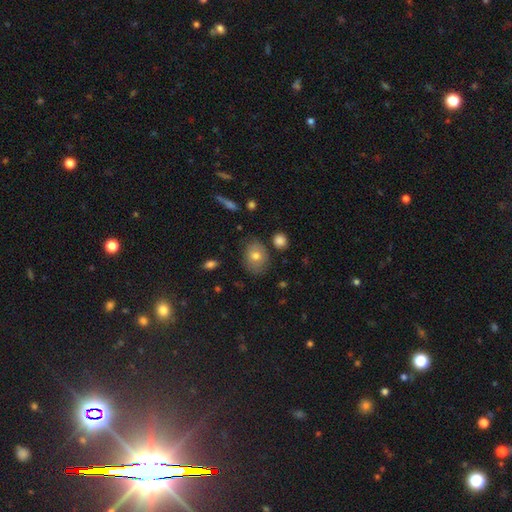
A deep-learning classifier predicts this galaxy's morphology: type=smooth (74%); roundness=in between (62%); merging=none (75%).